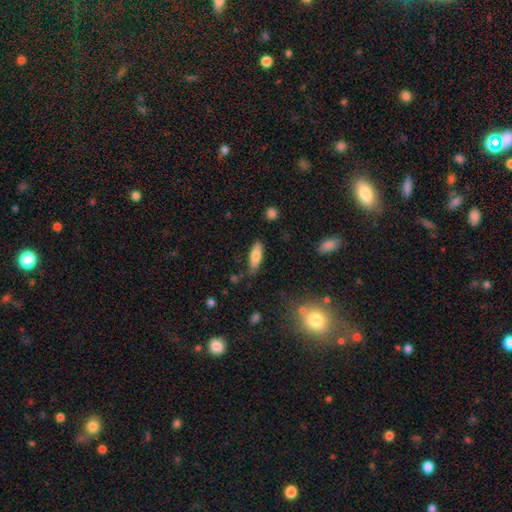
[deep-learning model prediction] Overall: smooth (77%). How rounded: in between (61%; cigar-shaped 37%). Merging: none (75%).